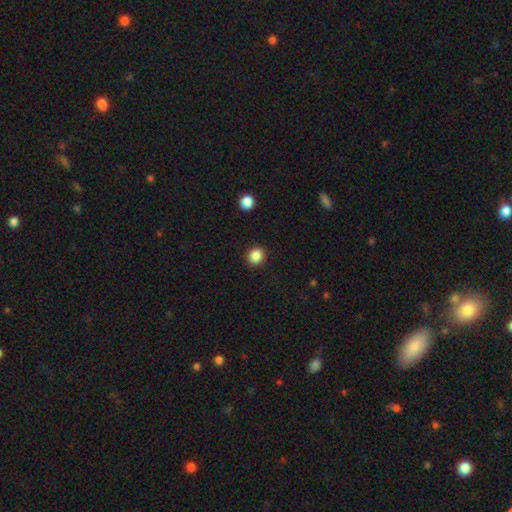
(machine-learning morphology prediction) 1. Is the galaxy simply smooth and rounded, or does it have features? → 86% smooth, 10% star or artifact, 3% featured or disk.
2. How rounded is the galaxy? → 79% round, 20% in between, 1% cigar-shaped.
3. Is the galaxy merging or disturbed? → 91% none, 6% minor disturbance, 2% major disturbance, 1% merger.